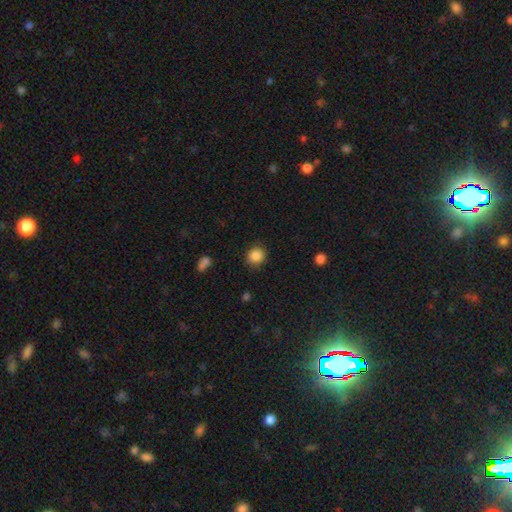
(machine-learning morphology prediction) Smooth or featured: smooth — 86% (star or artifact — 10%)
How rounded: round — 87% (in between — 12%)
Merging: none — 87% (minor disturbance — 9%)